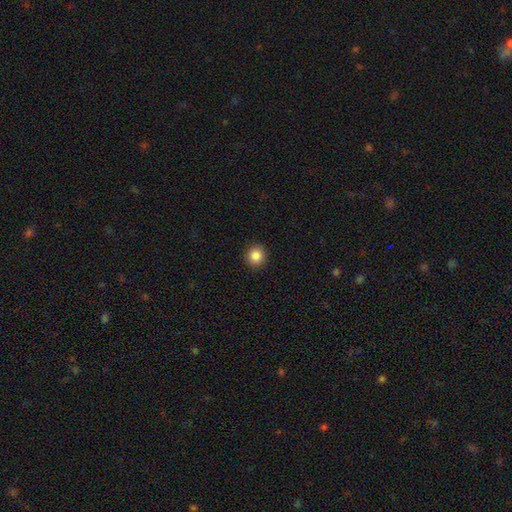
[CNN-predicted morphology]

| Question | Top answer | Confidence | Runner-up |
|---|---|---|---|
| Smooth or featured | smooth | 86% | star or artifact (10%) |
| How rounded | round | 92% | in between (7%) |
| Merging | none | 93% | minor disturbance (5%) |